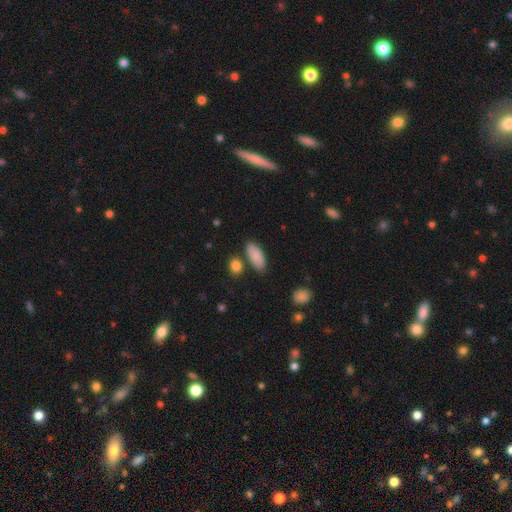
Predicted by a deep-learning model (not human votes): smooth-or-featured: smooth: 87% | featured or disk: 7% | star or artifact: 6%
  how-rounded: in between: 84% | cigar-shaped: 13% | round: 3%
  merging: none: 77% | minor disturbance: 13% | merger: 7% | major disturbance: 3%